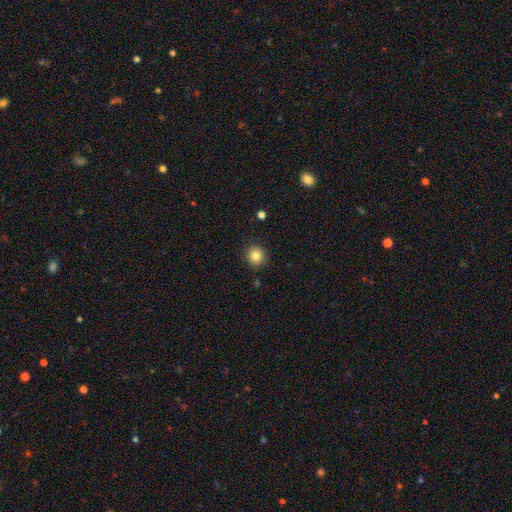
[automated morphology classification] Smooth or featured? smooth (83%)
How rounded? round (92%)
Merging? none (91%)